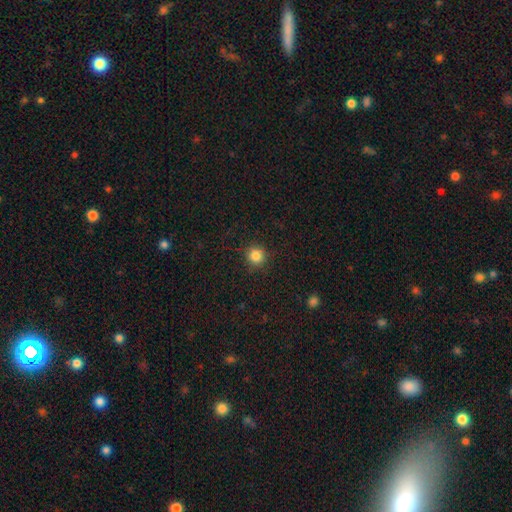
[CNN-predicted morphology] type=smooth (84%); roundness=round (93%); merging=none (90%).